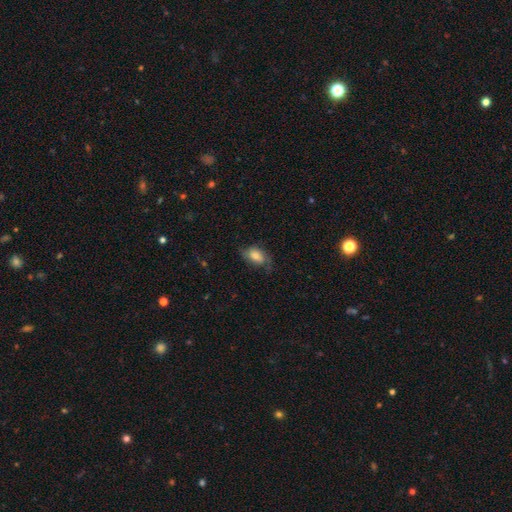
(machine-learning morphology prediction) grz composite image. It shows a smooth galaxy with no disk features (67%) that is in between round and cigar-shaped (87%). Merging: none (55%).